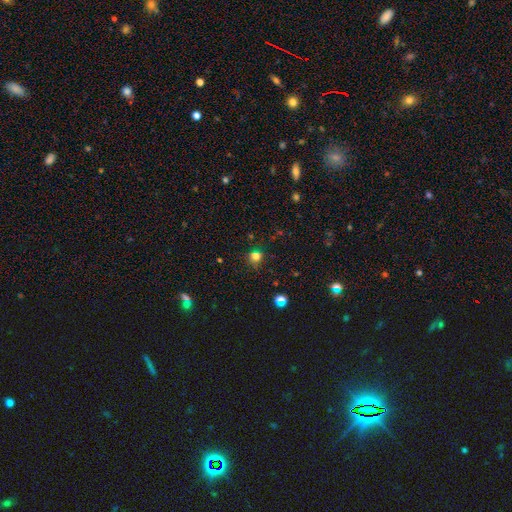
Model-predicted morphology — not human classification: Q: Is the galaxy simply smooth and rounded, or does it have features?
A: smooth — 70%.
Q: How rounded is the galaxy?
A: round — 85%.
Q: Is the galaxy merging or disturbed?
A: none — 77%.